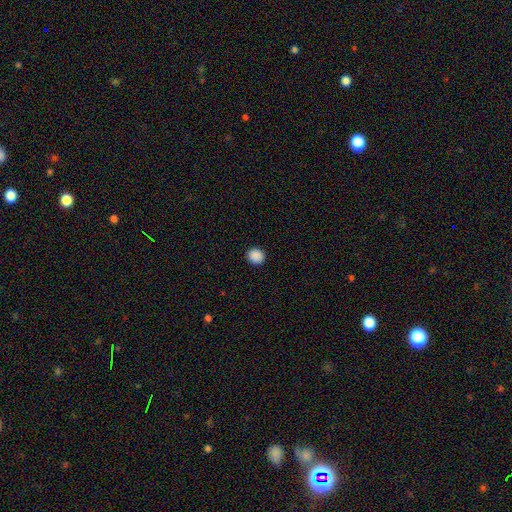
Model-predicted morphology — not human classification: This is clearly a smooth galaxy (89%). How rounded: clearly round (86%). Merging: clearly none (92%).